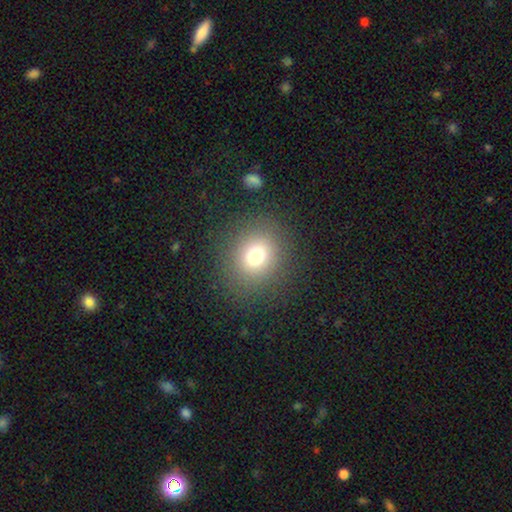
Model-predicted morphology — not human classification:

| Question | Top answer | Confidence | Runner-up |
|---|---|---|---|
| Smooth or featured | smooth | 74% | star or artifact (16%) |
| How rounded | round | 79% | in between (20%) |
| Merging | none | 86% | minor disturbance (7%) |